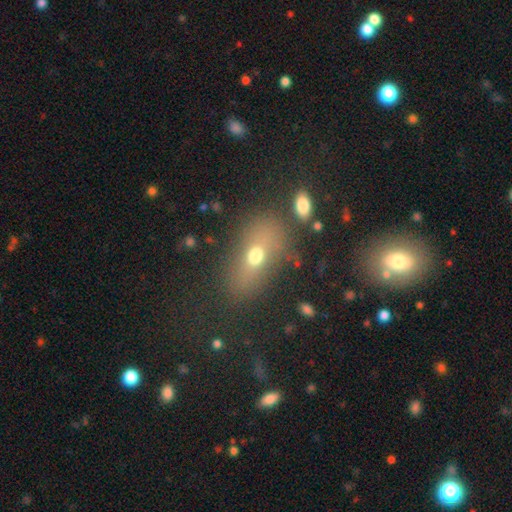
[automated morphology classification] This appears to be a smooth galaxy with no disk features (63%) that is in between round and cigar-shaped (72%). Merging: none (67%).